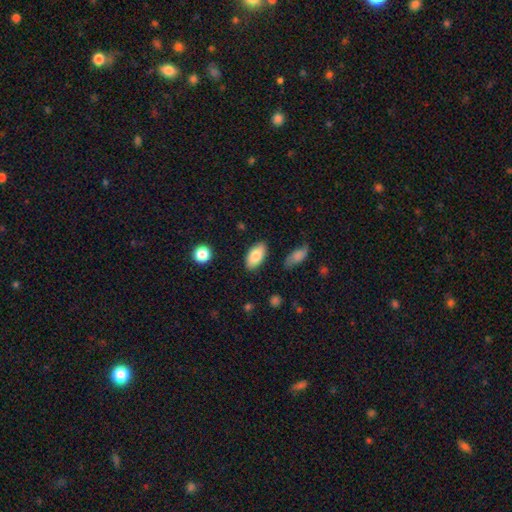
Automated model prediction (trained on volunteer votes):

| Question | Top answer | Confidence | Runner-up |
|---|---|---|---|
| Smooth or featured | smooth | 82% | featured or disk (11%) |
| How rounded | in between | 93% | cigar-shaped (4%) |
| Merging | none | 86% | minor disturbance (10%) |